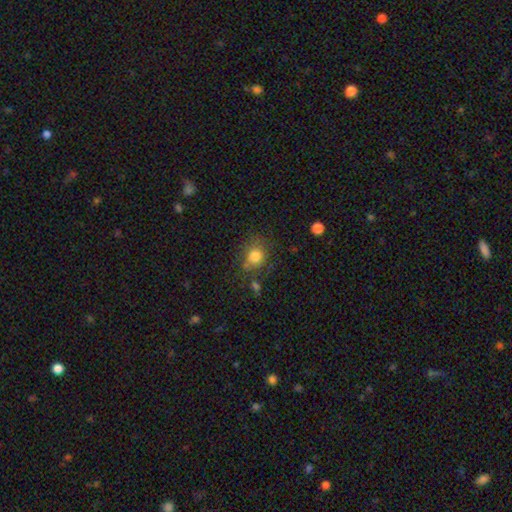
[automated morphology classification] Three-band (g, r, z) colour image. It shows a smooth galaxy with no disk features (81%) that is round (75%). Merging: none (67%).